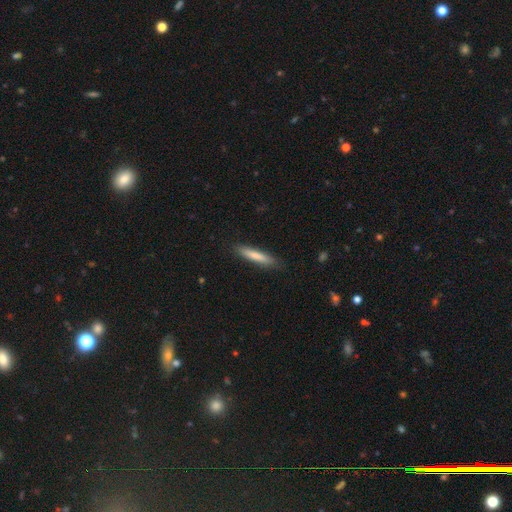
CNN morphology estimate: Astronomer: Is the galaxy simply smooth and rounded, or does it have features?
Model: smooth — 78%.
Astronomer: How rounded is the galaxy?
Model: cigar-shaped — 89%.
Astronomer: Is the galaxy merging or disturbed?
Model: none — 85%.